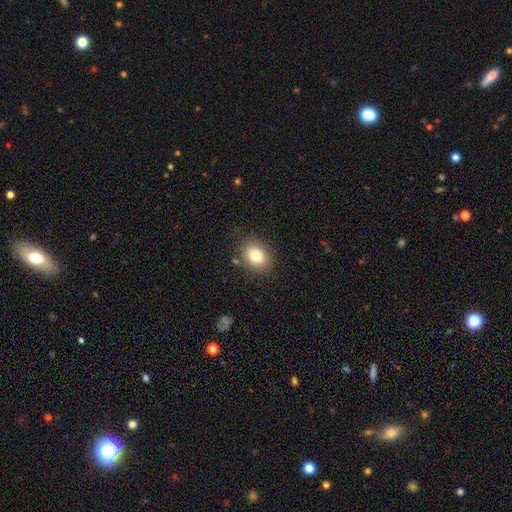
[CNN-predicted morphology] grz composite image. It shows a smooth galaxy with no disk features (79%) that is in between round and cigar-shaped (52%). Merging: none (82%).